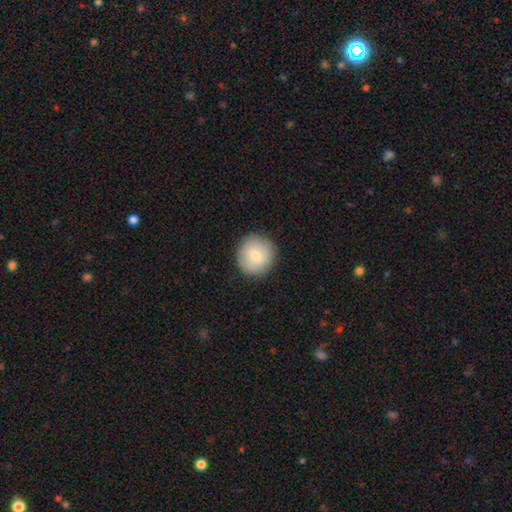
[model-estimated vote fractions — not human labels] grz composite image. It shows a smooth galaxy with no disk features (77%) that is round (93%). Merging: none (89%).